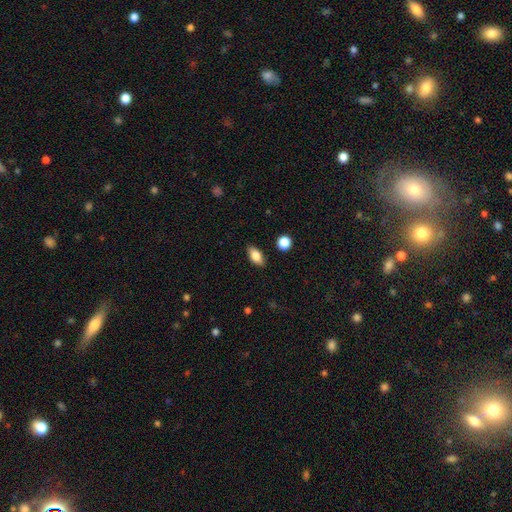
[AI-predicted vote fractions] A smooth galaxy with no disk features (80%) that is in between round and cigar-shaped (85%).

Vote fractions:
- Smooth or featured? smooth: 80% / featured or disk: 12% / star or artifact: 8%
- How rounded? in between: 85% / cigar-shaped: 8% / round: 7%
- Merging? none: 85% / minor disturbance: 11% / major disturbance: 2% / merger: 2%